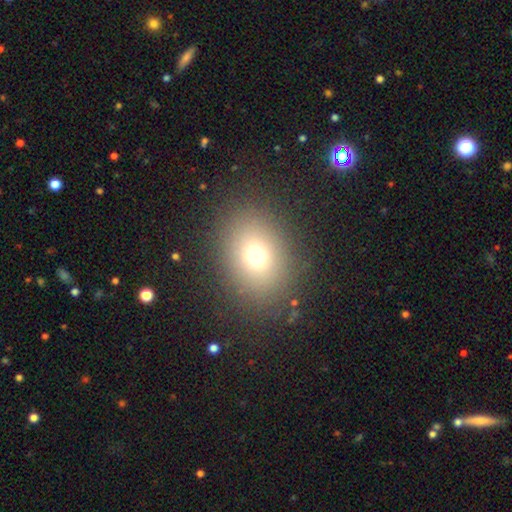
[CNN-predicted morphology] Smooth or featured: smooth — 71% (star or artifact — 17%)
How rounded: in between — 53% (round — 46%)
Merging: none — 85% (minor disturbance — 9%)